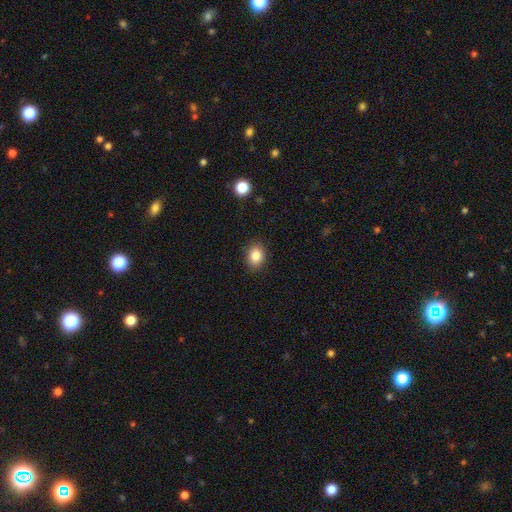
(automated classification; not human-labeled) This appears to be a smooth galaxy with no disk features (85%) that is in between round and cigar-shaped (61%). Merging: none (88%).